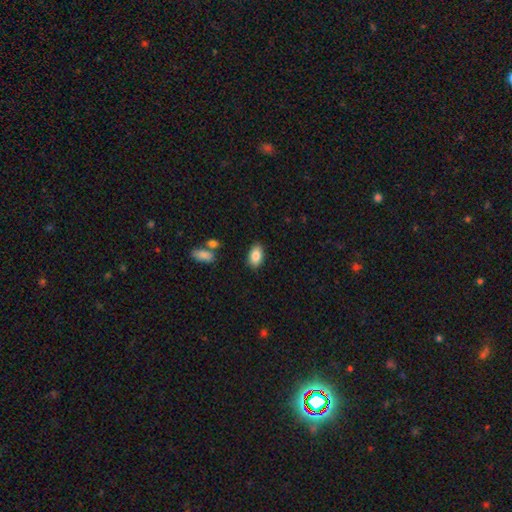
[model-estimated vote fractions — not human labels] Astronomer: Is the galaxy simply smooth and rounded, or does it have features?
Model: smooth — 84%.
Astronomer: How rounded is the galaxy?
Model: in between — 92%.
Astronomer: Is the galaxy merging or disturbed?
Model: none — 85%.